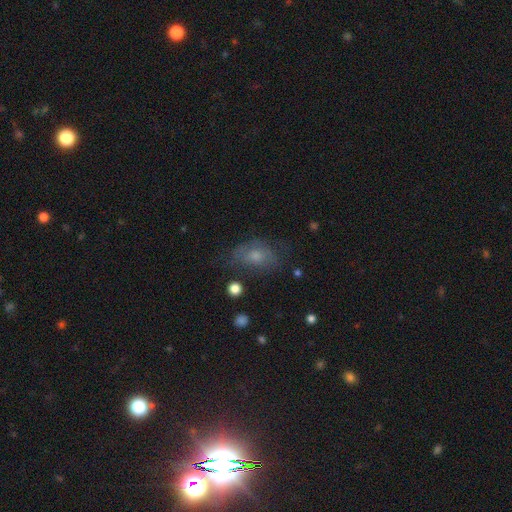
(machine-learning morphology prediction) Overall: smooth (57%; featured or disk 30%). How rounded: in between (81%). Merging: none (56%; minor disturbance 26%).